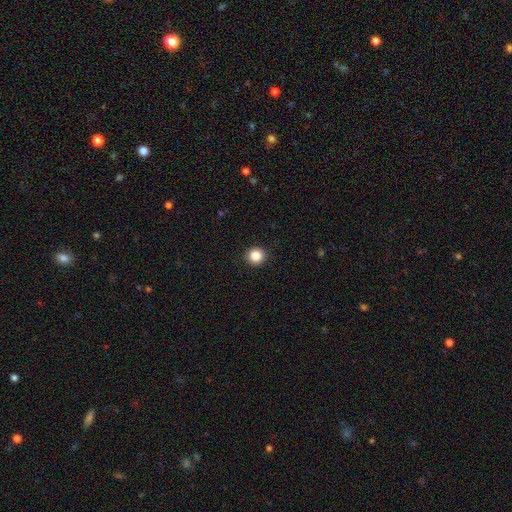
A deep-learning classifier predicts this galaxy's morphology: A smooth galaxy with no disk features (85%) that is round (94%).

Vote fractions:
- Smooth or featured? smooth: 85% / star or artifact: 10% / featured or disk: 4%
- How rounded? round: 94% / in between: 5% / cigar-shaped: 1%
- Merging? none: 93% / minor disturbance: 4% / major disturbance: 2% / merger: 1%